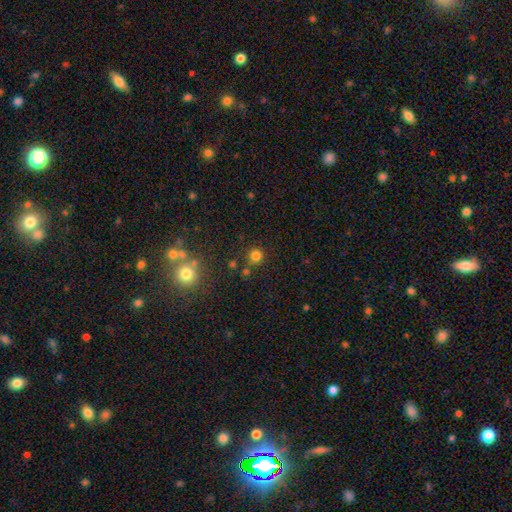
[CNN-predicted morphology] smooth 78%, star or artifact 17%, featured or disk 6%. Down the decision tree: how rounded — round (93%); merging — none (79%).